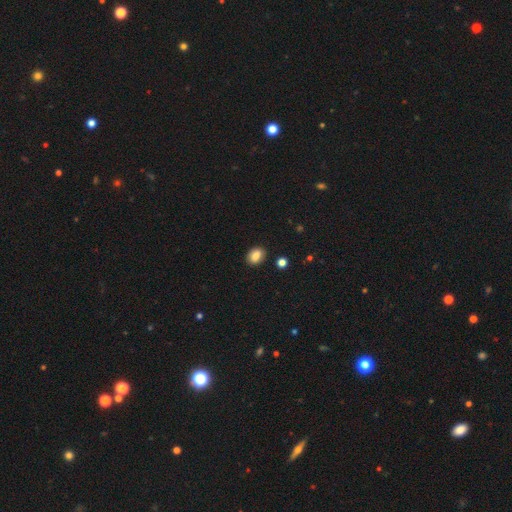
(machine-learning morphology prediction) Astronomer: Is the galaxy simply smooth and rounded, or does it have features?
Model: smooth — 84%.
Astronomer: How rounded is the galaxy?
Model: in between — 70%.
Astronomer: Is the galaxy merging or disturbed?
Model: none — 86%.